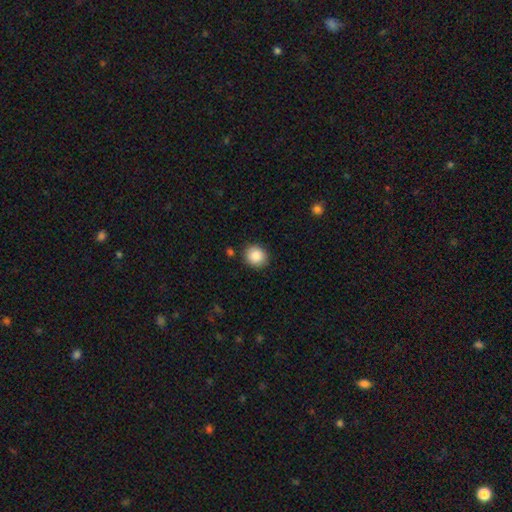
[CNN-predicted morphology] The model was most divided on "how rounded": round: 78%, in between: 21%, cigar-shaped: 1%. More confident: smooth or featured — smooth (89%); merging — none (87%).